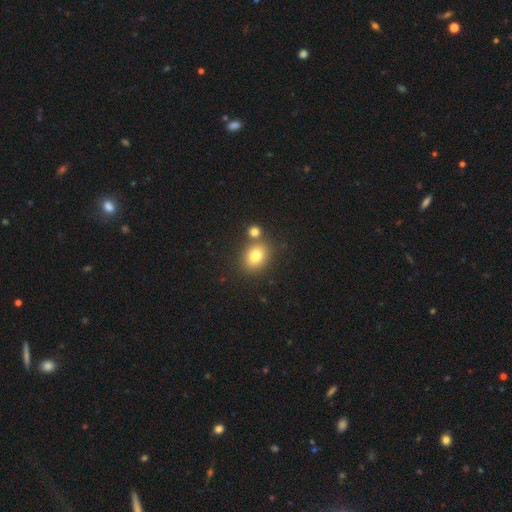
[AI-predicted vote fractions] Smooth or featured: smooth — 79% (star or artifact — 11%)
How rounded: round — 53% (in between — 46%)
Merging: none — 67% (merger — 20%)